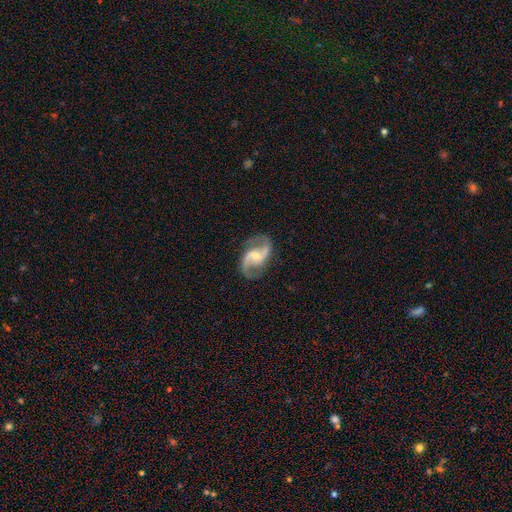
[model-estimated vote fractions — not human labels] Morphology: type=featured or disk (91%); edge-on=no (98%); bar=no (44%); spiral arms=yes (98%); winding=medium (46%); arm count=2 (94%); bulge=moderate (51%); merging=none (81%).